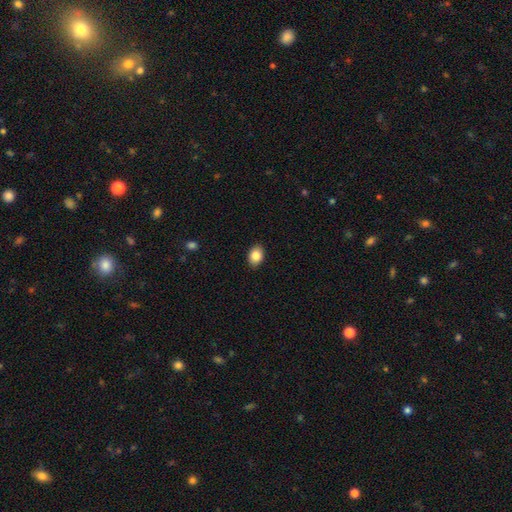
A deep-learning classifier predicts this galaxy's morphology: Overall: smooth (86%). How rounded: in between (74%). Merging: none (89%).